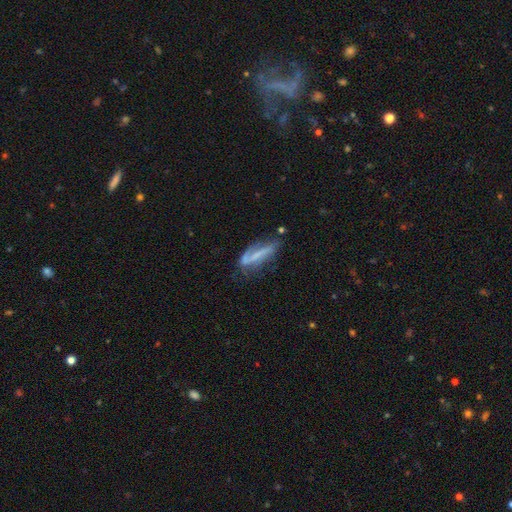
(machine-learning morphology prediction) Overall: featured or disk (56%; smooth 35%). Edge-on disk: no (68%; yes 32%). Merging: none (44%; minor disturbance 29%).